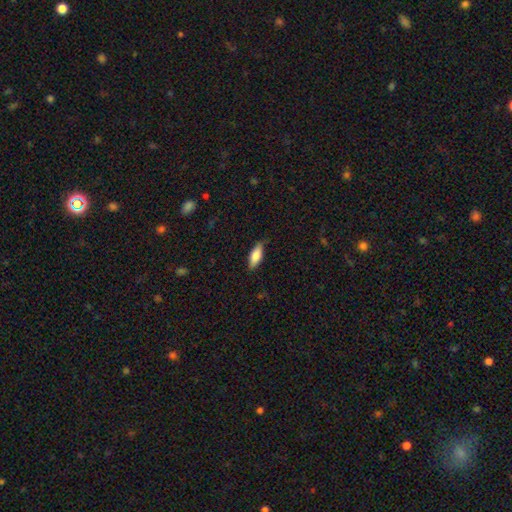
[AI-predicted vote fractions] Overall: smooth (79%). How rounded: in between (73%). Merging: none (80%).